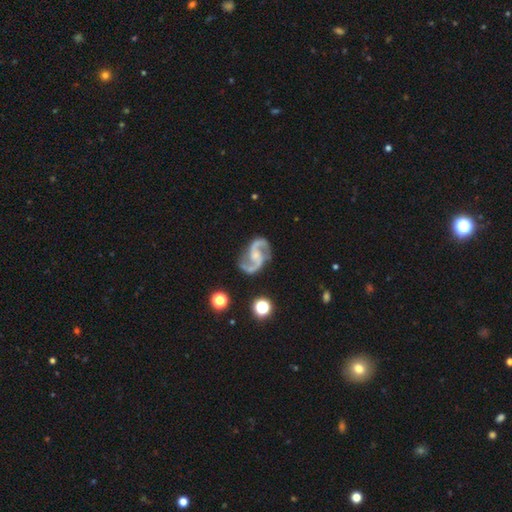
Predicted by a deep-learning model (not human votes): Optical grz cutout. It shows a featured or disk galaxy (92%) with no bar (46%), 2 (94%) medium (55%) spiral arms (98%) and a small central bulge (42%). Merging: none (78%).